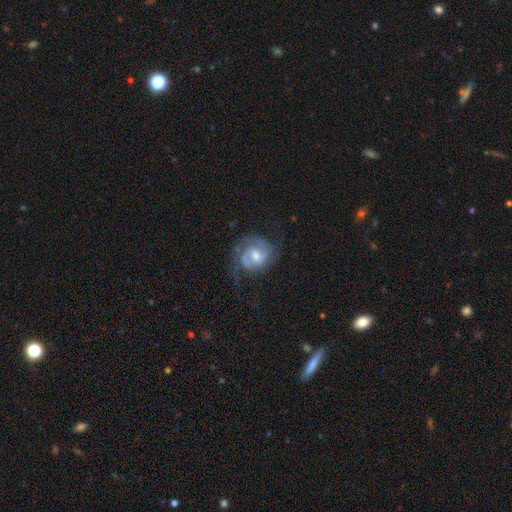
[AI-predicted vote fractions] Smooth or featured?
  - featured or disk: 73% *
  - smooth: 20%
  - star or artifact: 7%
Edge-on disk?
  - no: 97% *
  - yes: 3%
Bar?
  - weak: 54% *
  - no: 33%
  - strong: 13%
Spiral arms?
  - yes: 88% *
  - no: 12%
Spiral winding?
  - medium: 44% *
  - tight: 36%
  - loose: 20%
Spiral arm count?
  - 2: 61% *
  - can't tell: 19%
  - 1: 10%
  - 3: 6%
  - 4: 2%
  - more than 4: 2%
Bulge size?
  - moderate: 60% *
  - small: 27%
  - large: 7%
  - none: 3%
  - dominant: 1%
Merging?
  - none: 56% *
  - minor disturbance: 23%
  - major disturbance: 20%
  - merger: 2%